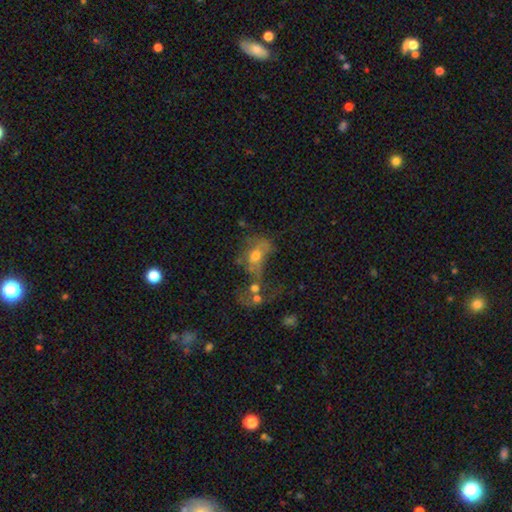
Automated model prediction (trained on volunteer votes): This appears to be a featured or disk galaxy (42%, tied with smooth). Merging: merger (43%).